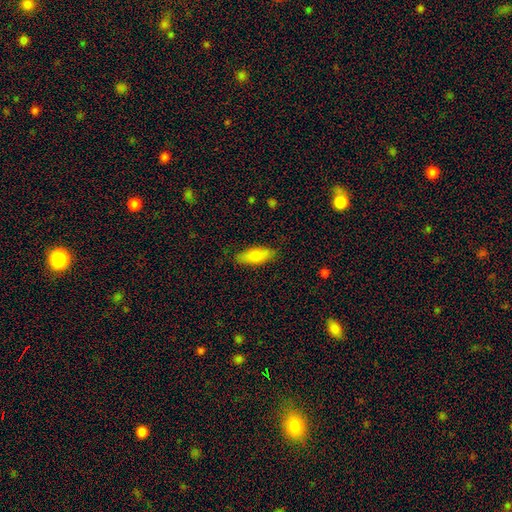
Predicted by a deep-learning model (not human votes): Q: Smooth or featured?
A: smooth (78%); runner-up: featured or disk (16%)
Q: How rounded?
A: in between (72%); runner-up: cigar-shaped (26%)
Q: Merging?
A: none (84%); runner-up: minor disturbance (12%)